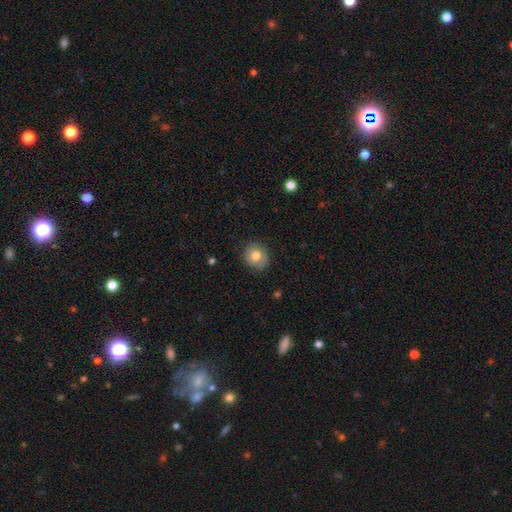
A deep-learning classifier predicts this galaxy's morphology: A smooth galaxy with no disk features (76%) that is round (82%). Merging: none (86%).